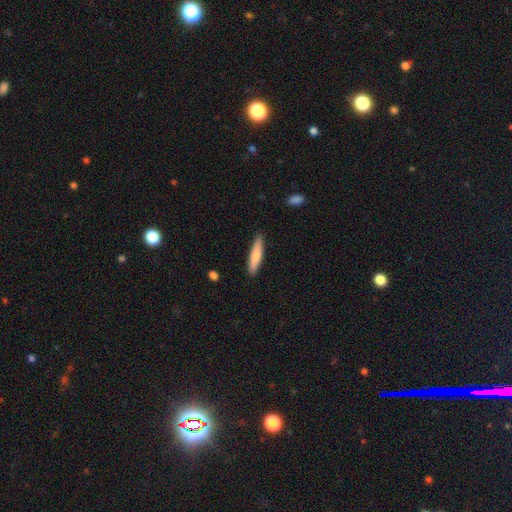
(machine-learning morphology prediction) Overall: smooth (79%). How rounded: cigar-shaped (86%). Merging: none (88%).